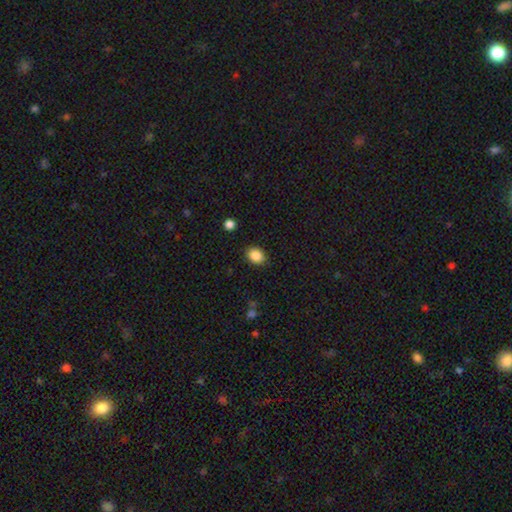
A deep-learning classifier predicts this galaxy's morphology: This appears to be a smooth galaxy with no disk features (87%) that is in between round and cigar-shaped (60%). Merging: none (86%).